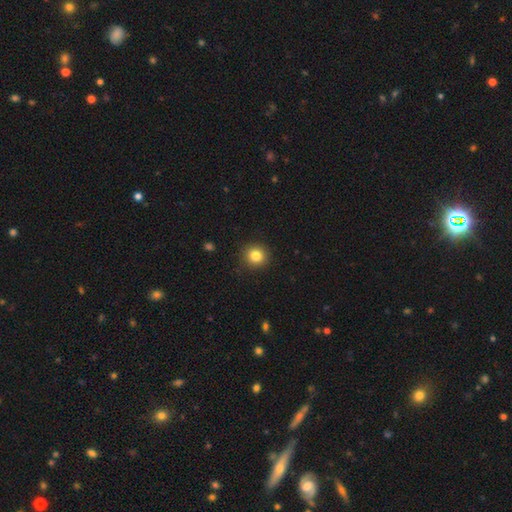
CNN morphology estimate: A smooth galaxy with no disk features (83%) that is round (92%).

Vote fractions:
- Smooth or featured? smooth: 83% / star or artifact: 10% / featured or disk: 6%
- How rounded? round: 92% / in between: 8% / cigar-shaped: 1%
- Merging? none: 91% / minor disturbance: 6% / major disturbance: 2% / merger: 1%